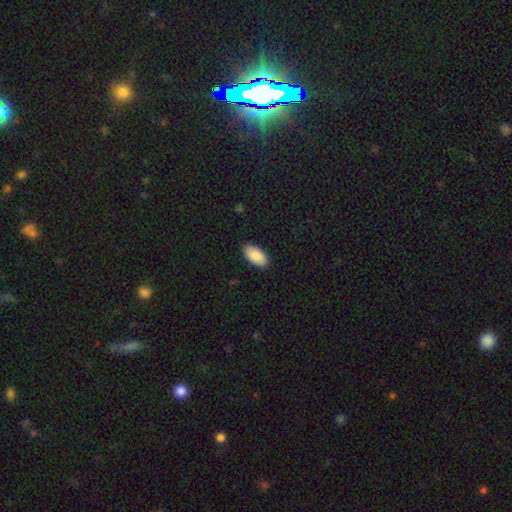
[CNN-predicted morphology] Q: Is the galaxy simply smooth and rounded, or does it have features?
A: smooth — 90%.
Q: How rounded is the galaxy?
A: in between — 96%.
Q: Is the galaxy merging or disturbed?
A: none — 87%.